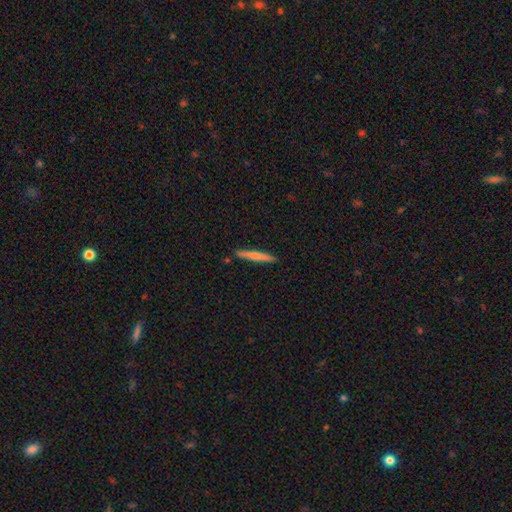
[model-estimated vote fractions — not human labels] Smooth or featured? Predicted: smooth (p=0.63). How rounded? Predicted: cigar-shaped (p=0.95). Merging? Predicted: none (p=0.89).